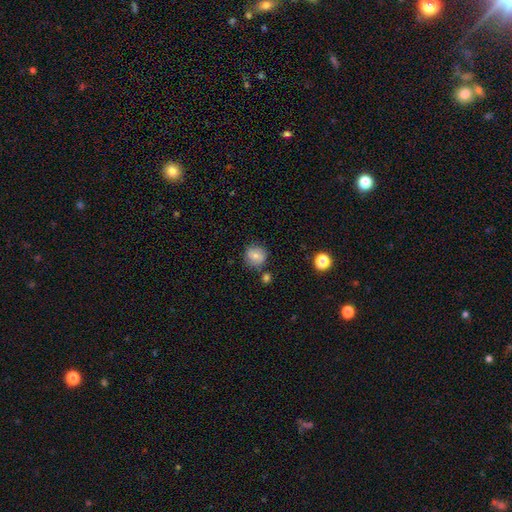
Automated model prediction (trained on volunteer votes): A smooth galaxy with no disk features (71%) that is round (90%).

Vote fractions:
- Smooth or featured? smooth: 71% / featured or disk: 20% / star or artifact: 10%
- How rounded? round: 90% / in between: 9% / cigar-shaped: 1%
- Merging? none: 77% / minor disturbance: 14% / merger: 6% / major disturbance: 3%